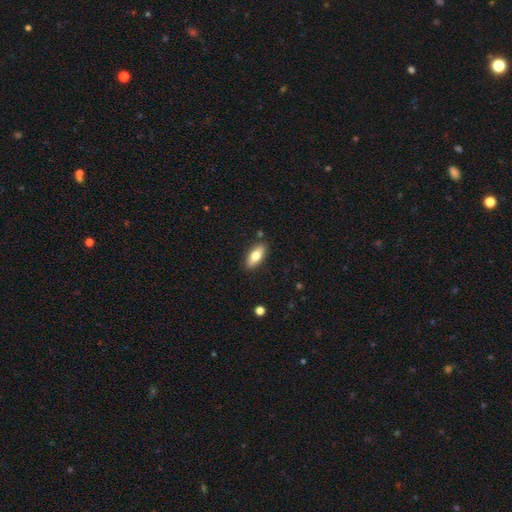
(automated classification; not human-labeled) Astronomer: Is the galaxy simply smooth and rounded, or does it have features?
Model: smooth — 72%.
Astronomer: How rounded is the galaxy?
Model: in between — 77%.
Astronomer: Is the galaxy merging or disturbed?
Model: none — 87%.